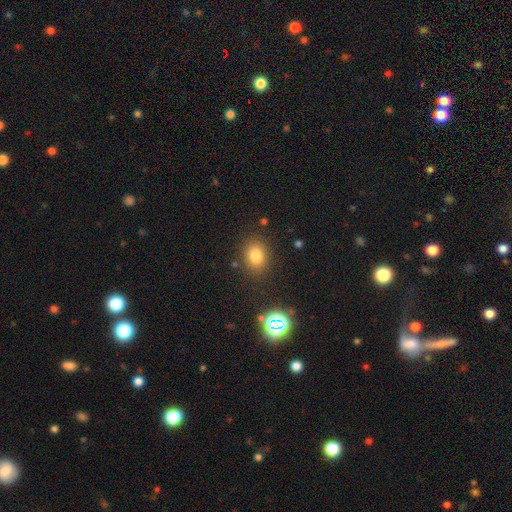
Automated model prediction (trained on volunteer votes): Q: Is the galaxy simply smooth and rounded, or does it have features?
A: smooth — 77%.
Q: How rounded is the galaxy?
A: in between — 54%.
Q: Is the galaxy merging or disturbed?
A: none — 84%.